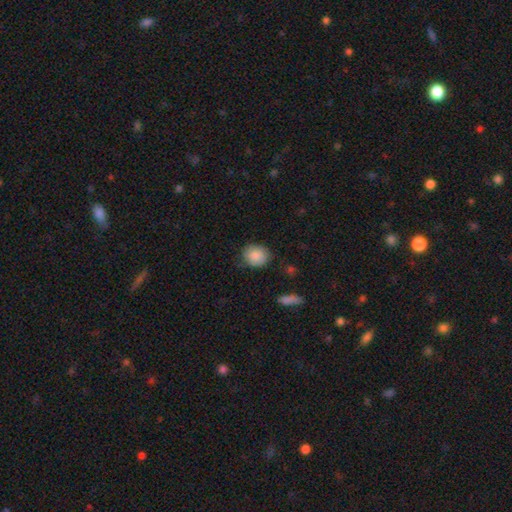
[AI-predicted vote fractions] Smooth or featured: smooth — 87% (star or artifact — 7%)
How rounded: round — 69% (in between — 30%)
Merging: none — 76% (minor disturbance — 18%)